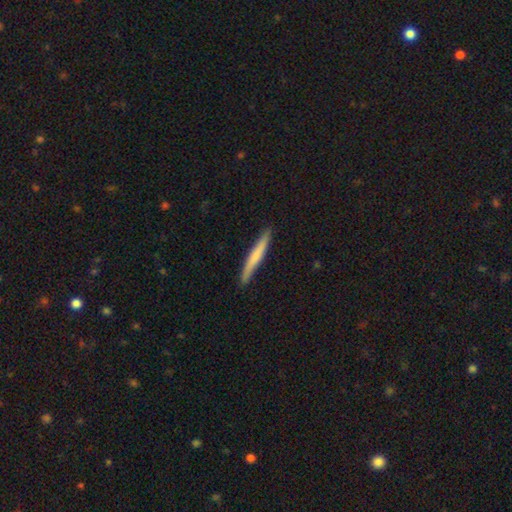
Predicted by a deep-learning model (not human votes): This is likely a smooth galaxy (61%). How rounded: clearly cigar-shaped (96%). Merging: clearly none (88%).